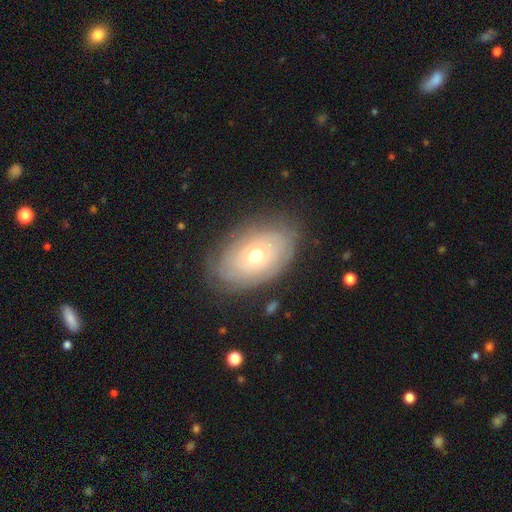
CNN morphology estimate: This appears to be a featured or disk galaxy (55%) with no bar (88%), spiral arms (54%) and a moderate central bulge (62%). Merging: none (76%).